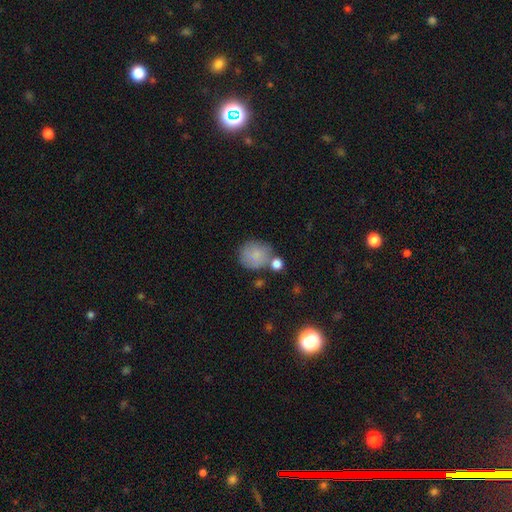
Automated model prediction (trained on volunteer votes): Smooth or featured?
  - smooth: 78% *
  - featured or disk: 13%
  - star or artifact: 9%
How rounded?
  - round: 85% *
  - in between: 14%
  - cigar-shaped: 1%
Merging?
  - none: 57% *
  - minor disturbance: 19%
  - merger: 16%
  - major disturbance: 8%